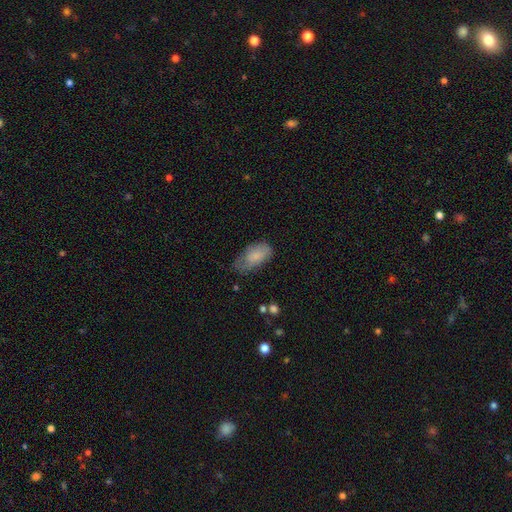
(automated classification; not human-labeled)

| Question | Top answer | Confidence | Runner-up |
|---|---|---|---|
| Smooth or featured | smooth | 77% | featured or disk (16%) |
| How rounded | in between | 93% | cigar-shaped (4%) |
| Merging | none | 45% | minor disturbance (38%) |